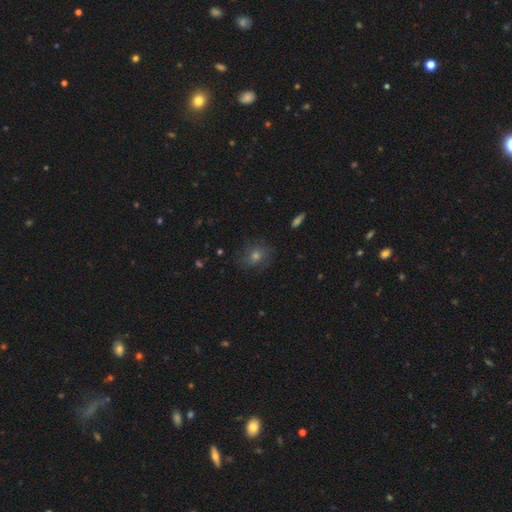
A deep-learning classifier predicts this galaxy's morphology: This appears to be a smooth galaxy with no disk features (47%). Merging: none (77%).